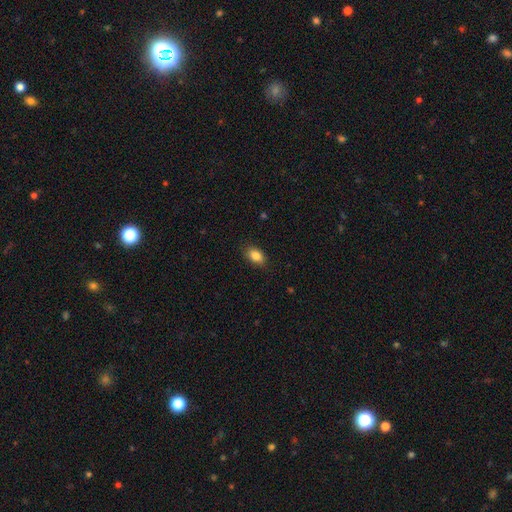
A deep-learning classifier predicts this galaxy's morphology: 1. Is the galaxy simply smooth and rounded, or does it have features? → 86% smooth, 8% star or artifact, 6% featured or disk.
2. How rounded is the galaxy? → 88% in between, 10% round, 2% cigar-shaped.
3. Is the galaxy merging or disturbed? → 86% none, 11% minor disturbance, 2% major disturbance, 1% merger.